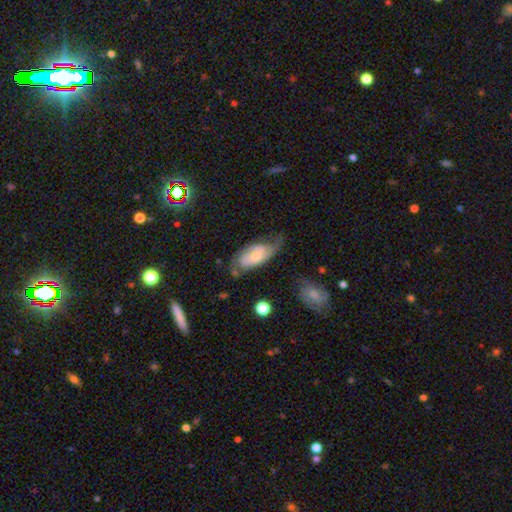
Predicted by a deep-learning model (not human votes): Smooth or featured?
  - featured or disk: 53% *
  - smooth: 41%
  - star or artifact: 6%
Edge-on disk?
  - no: 89% *
  - yes: 11%
Merging?
  - none: 43% *
  - minor disturbance: 33%
  - major disturbance: 19%
  - merger: 4%